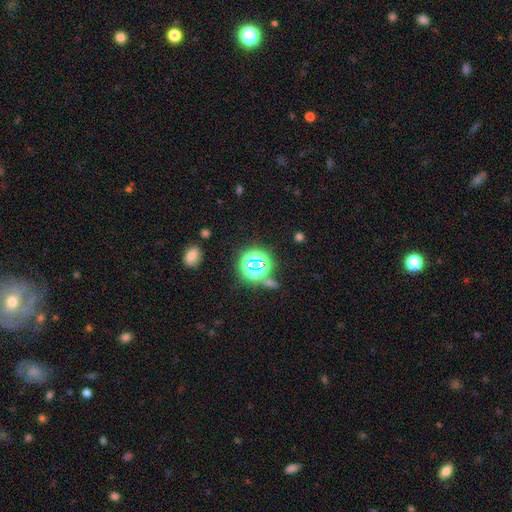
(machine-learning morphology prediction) This appears to be a star or artifact, not a galaxy (70%).